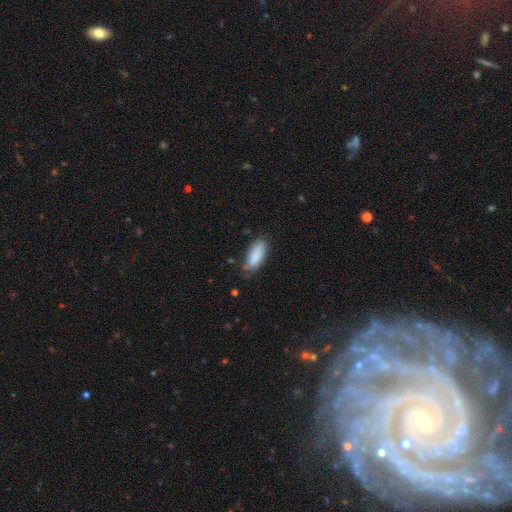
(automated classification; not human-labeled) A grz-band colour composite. It shows a smooth galaxy with no disk features (87%) that is in between round and cigar-shaped (76%). Merging: none (66%).